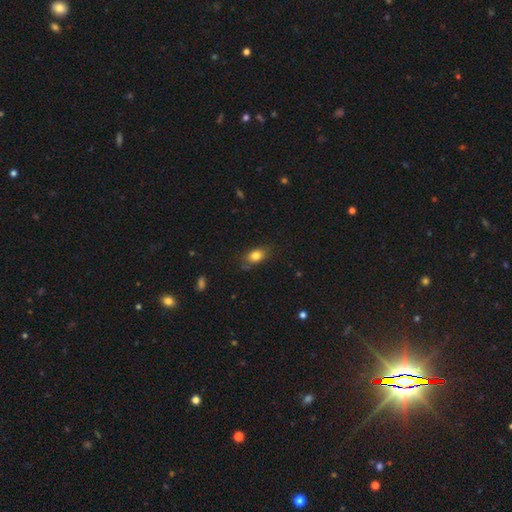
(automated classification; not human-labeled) Q: Smooth or featured?
A: smooth (81%); runner-up: featured or disk (10%)
Q: How rounded?
A: in between (78%); runner-up: round (19%)
Q: Merging?
A: none (75%); runner-up: minor disturbance (19%)